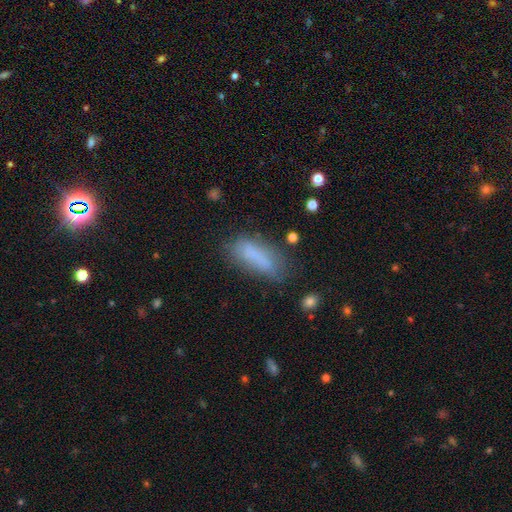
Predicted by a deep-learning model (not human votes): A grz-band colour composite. It shows a smooth galaxy with no disk features (75%) that is in between round and cigar-shaped (63%). Merging: none (56%).